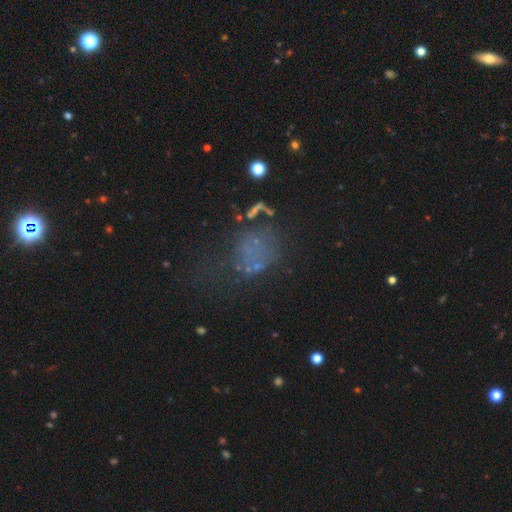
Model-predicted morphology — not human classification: A featured or disk galaxy (36%).

Vote fractions:
- Smooth or featured? featured or disk: 36% / smooth: 33% / star or artifact: 31%
- Merging? none: 39% / major disturbance: 32% / minor disturbance: 18% / merger: 10%